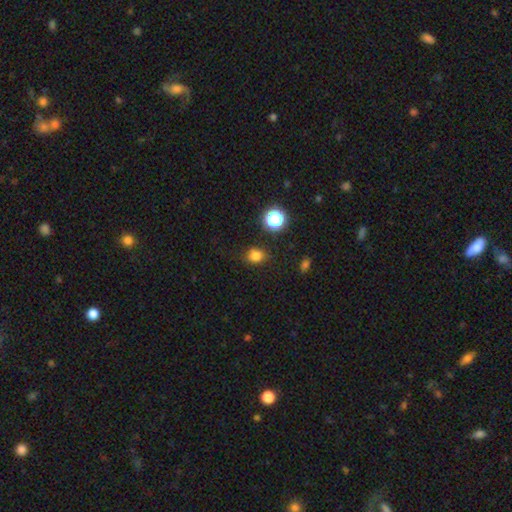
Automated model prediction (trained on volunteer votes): A smooth galaxy with no disk features (77%) that is round (60%). Merging: none (78%).